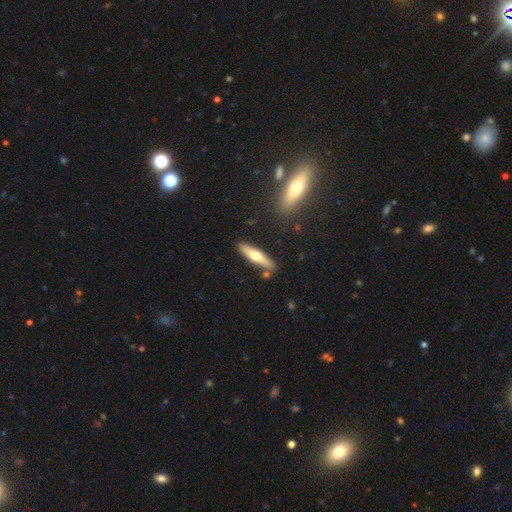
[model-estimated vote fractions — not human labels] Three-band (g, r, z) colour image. It shows a smooth galaxy with no disk features (47%, tied with featured or disk). Merging: none (84%).